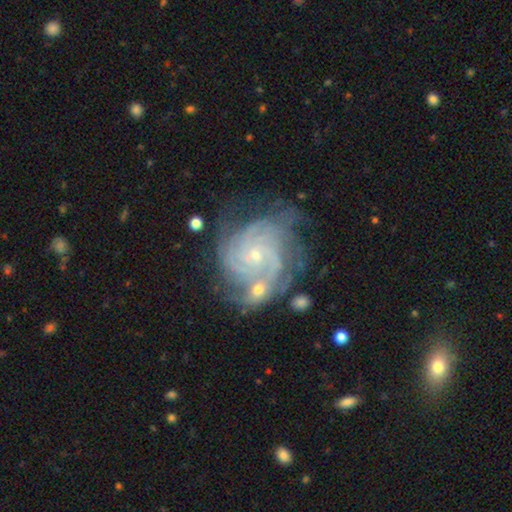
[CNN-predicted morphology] smooth_or_featured: featured or disk (p=0.88) [alt: star or artifact p=0.06]
disk_edge_on: no (p=0.98) [alt: yes p=0.02]
bar: no (p=0.72) [alt: weak p=0.22]
has_spiral_arms: yes (p=0.98) [alt: no p=0.02]
spiral_winding: tight (p=0.72) [alt: medium p=0.24]
spiral_arm_count: 4 (p=0.28) [alt: 3 p=0.27]
bulge_size: small (p=0.78) [alt: moderate p=0.17]
merging: none (p=0.55) [alt: minor disturbance p=0.21]